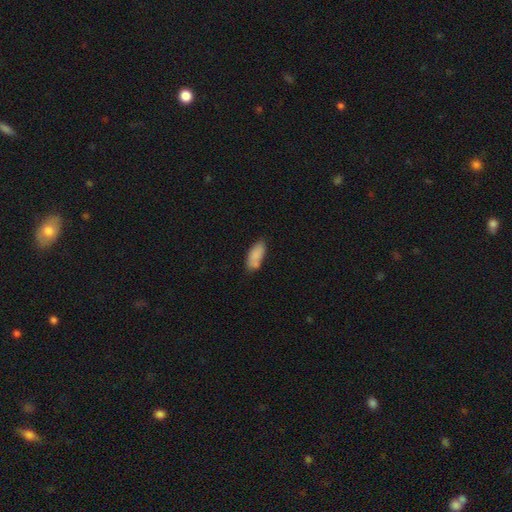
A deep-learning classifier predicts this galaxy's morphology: Smooth or featured: smooth — 83% (featured or disk — 9%)
How rounded: in between — 83% (cigar-shaped — 15%)
Merging: none — 65% (minor disturbance — 21%)